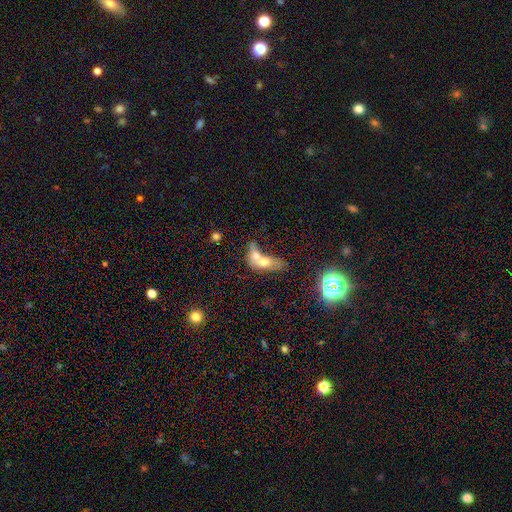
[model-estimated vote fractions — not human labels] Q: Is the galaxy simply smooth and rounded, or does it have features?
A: smooth — 61%.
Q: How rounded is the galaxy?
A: in between — 66%.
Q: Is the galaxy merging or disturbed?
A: merger — 78%.